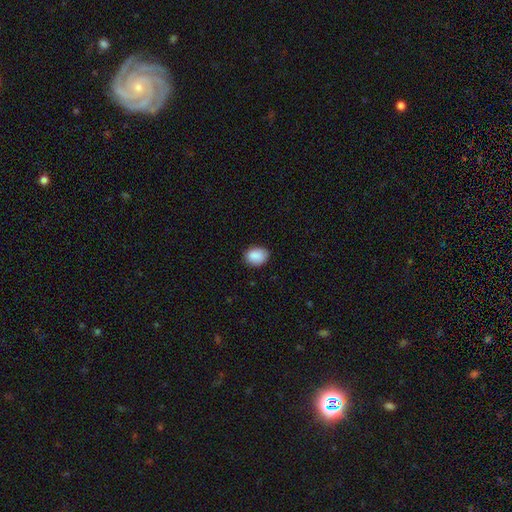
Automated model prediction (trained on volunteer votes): Overall: smooth (89%). How rounded: in between (62%; round 37%). Merging: none (81%).